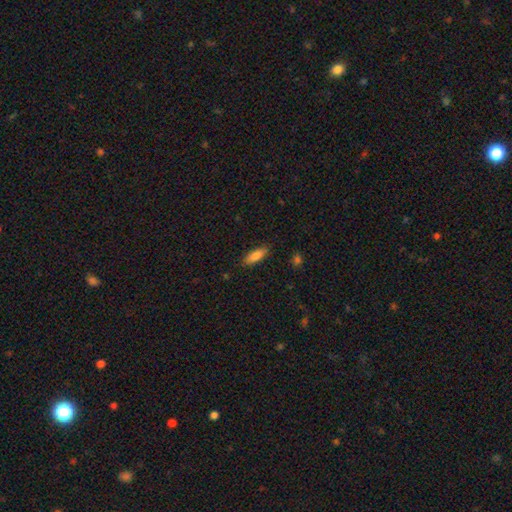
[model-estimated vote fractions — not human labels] smooth 84%, featured or disk 9%, star or artifact 7%. Down the decision tree: how rounded — in between (60%); merging — none (85%).